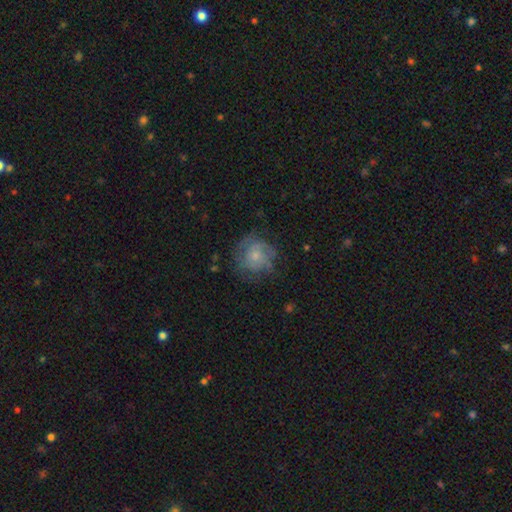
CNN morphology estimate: featured or disk 50%, smooth 41%, star or artifact 9%. Down the decision tree: edge-on disk — no (98%); merging — none (66%).